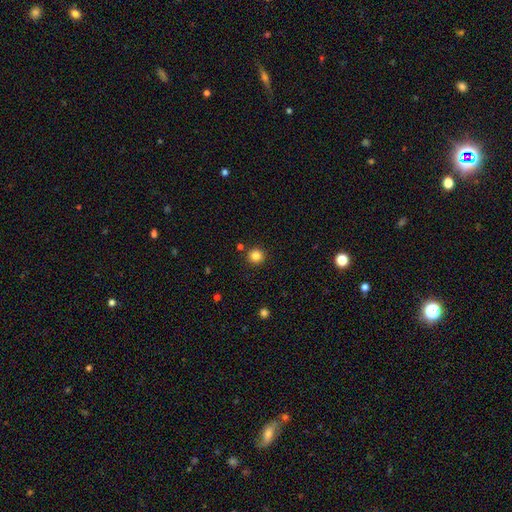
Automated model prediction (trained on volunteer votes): Smooth or featured?
  - smooth: 83% *
  - star or artifact: 12%
  - featured or disk: 4%
How rounded?
  - round: 95% *
  - in between: 4%
  - cigar-shaped: 1%
Merging?
  - none: 90% *
  - minor disturbance: 5%
  - merger: 3%
  - major disturbance: 2%